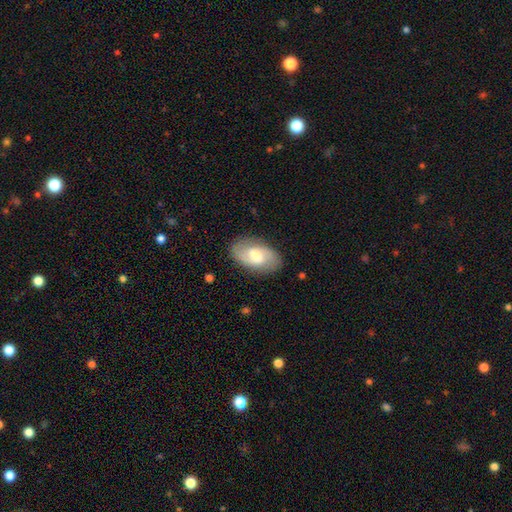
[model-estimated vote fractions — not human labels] smooth-or-featured: featured or disk: 57% | smooth: 37% | star or artifact: 6%
  disk-edge-on: no: 94% | yes: 6%
    bar: weak: 56% | no: 29% | strong: 16%
    has-spiral-arms: yes: 80% | no: 20%
    bulge-size: moderate: 57% | small: 20% | large: 17% | none: 3% | dominant: 2%
  merging: none: 83% | minor disturbance: 12% | major disturbance: 4% | merger: 1%